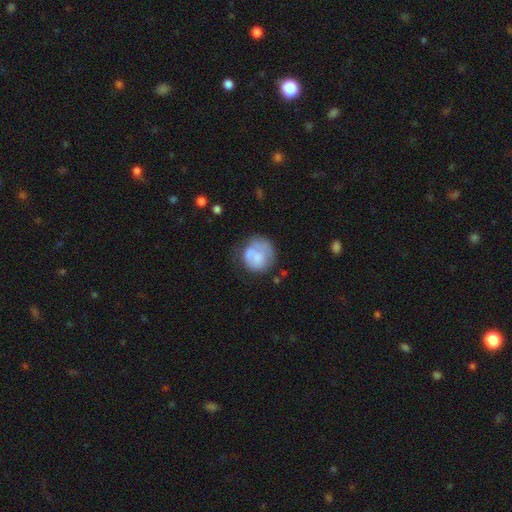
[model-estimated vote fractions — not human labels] Smooth or featured? Predicted: smooth (p=0.60). How rounded? Predicted: round (p=0.83). Merging? Predicted: none (p=0.47).